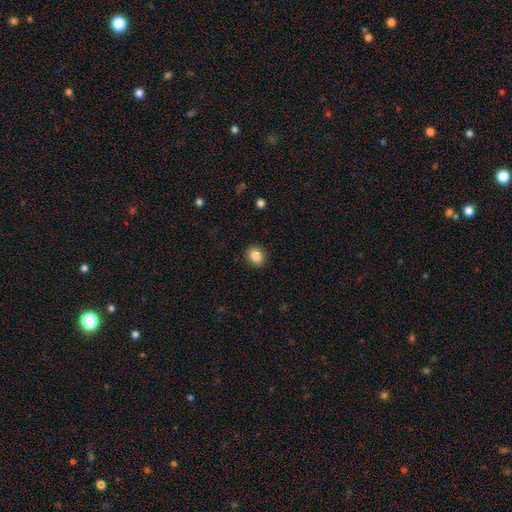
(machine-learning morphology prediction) Q: Smooth or featured?
A: smooth (87%); runner-up: star or artifact (9%)
Q: How rounded?
A: in between (53%); runner-up: round (46%)
Q: Merging?
A: none (90%); runner-up: minor disturbance (7%)